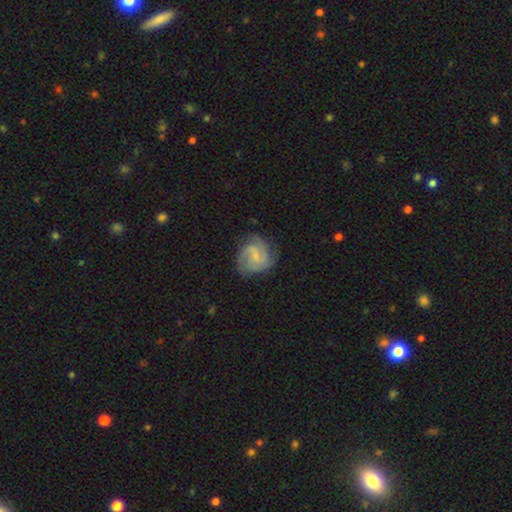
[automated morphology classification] smooth_or_featured: featured or disk (p=0.70) [alt: smooth p=0.23]
disk_edge_on: no (p=0.98) [alt: yes p=0.02]
bar: weak (p=0.54) [alt: no p=0.36]
has_spiral_arms: yes (p=0.93) [alt: no p=0.07]
spiral_winding: medium (p=0.47) [alt: tight p=0.35]
spiral_arm_count: 2 (p=0.37) [alt: 3 p=0.27]
bulge_size: small (p=0.59) [alt: none p=0.20]
merging: none (p=0.69) [alt: minor disturbance p=0.21]